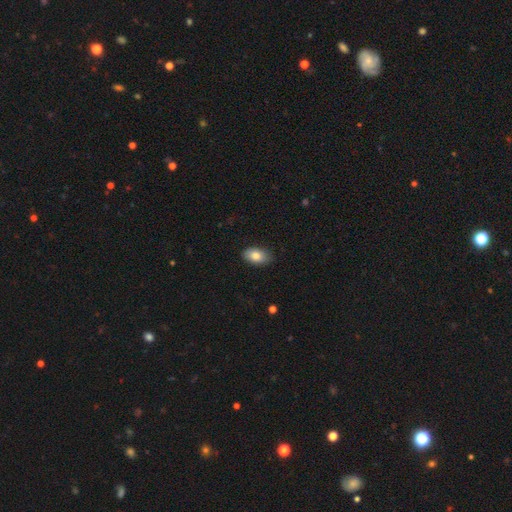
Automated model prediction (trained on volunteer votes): Smooth or featured?
  - smooth: 80% *
  - featured or disk: 13%
  - star or artifact: 7%
How rounded?
  - in between: 92% *
  - round: 6%
  - cigar-shaped: 2%
Merging?
  - none: 85% *
  - minor disturbance: 12%
  - major disturbance: 2%
  - merger: 1%